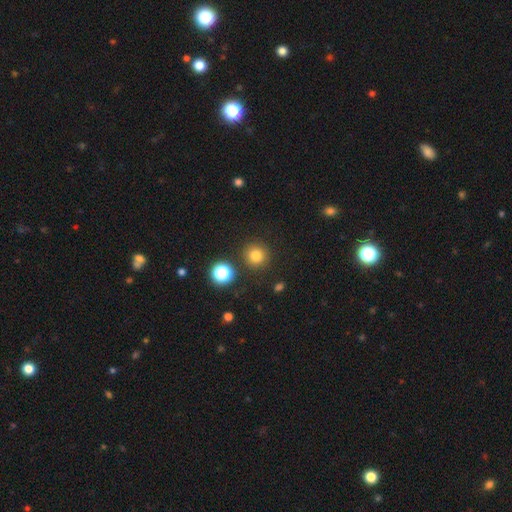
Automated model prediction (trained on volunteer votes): Smooth or featured? Predicted: smooth (p=0.78). How rounded? Predicted: round (p=0.95). Merging? Predicted: none (p=0.88).